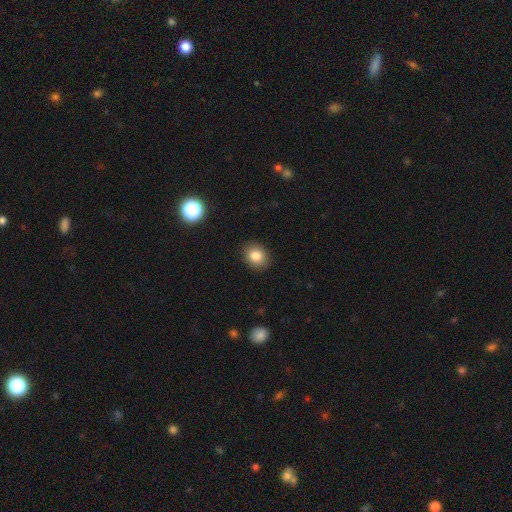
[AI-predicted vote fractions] Smooth or featured: smooth — 83% (star or artifact — 11%)
How rounded: round — 59% (in between — 41%)
Merging: none — 89% (minor disturbance — 7%)